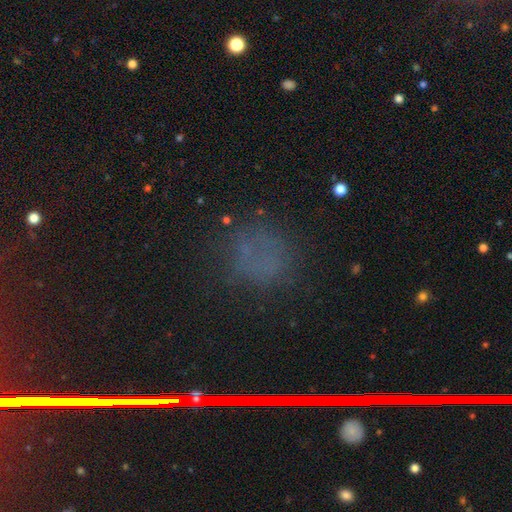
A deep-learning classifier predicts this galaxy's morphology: type=star or artifact (48%).